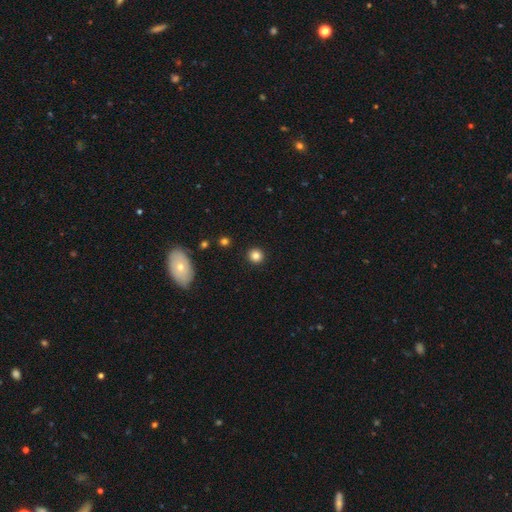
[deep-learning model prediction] Smooth or featured? smooth (84%)
How rounded? round (93%)
Merging? none (92%)